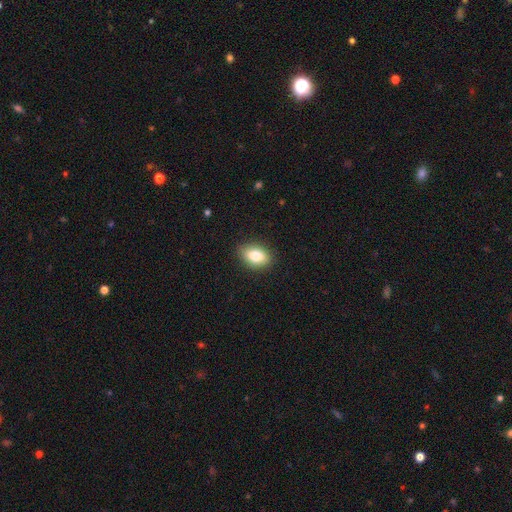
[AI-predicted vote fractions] Smooth or featured? smooth (81%)
How rounded? in between (84%)
Merging? none (88%)